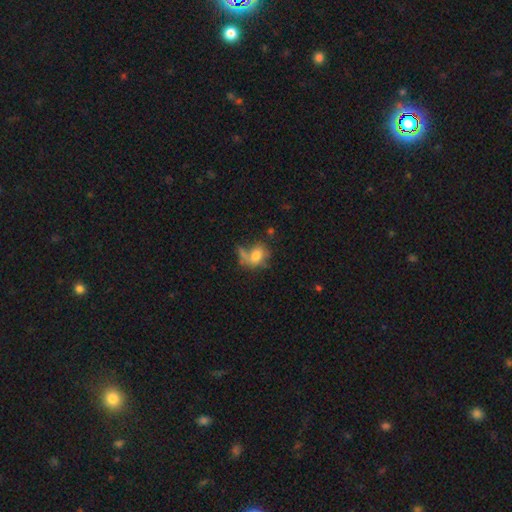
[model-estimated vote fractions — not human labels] Smooth or featured? Predicted: smooth (p=0.71). How rounded? Predicted: in between (p=0.55). Merging? Predicted: none (p=0.39).